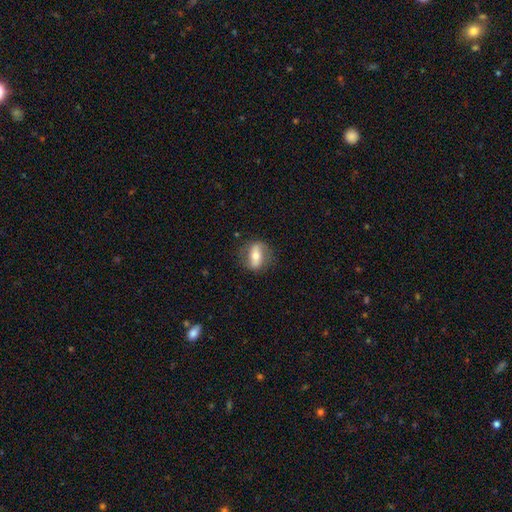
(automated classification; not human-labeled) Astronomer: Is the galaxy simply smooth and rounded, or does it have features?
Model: featured or disk — 52% (runner-up: smooth, 41%).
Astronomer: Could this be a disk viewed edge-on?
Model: no — 73%.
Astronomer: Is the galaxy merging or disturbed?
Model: none — 79%.